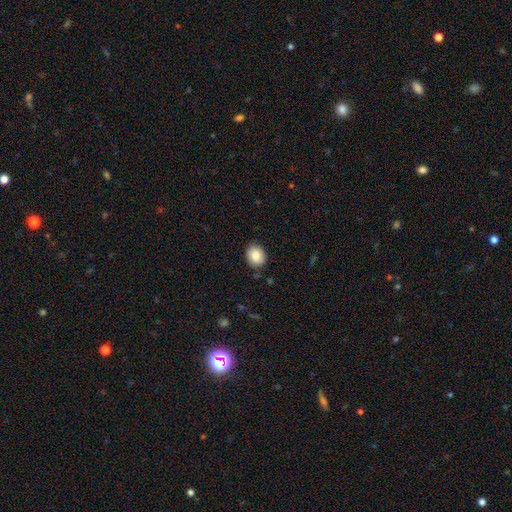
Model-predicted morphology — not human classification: Smooth or featured: smooth — 86% (star or artifact — 8%)
How rounded: round — 58% (in between — 42%)
Merging: none — 87% (minor disturbance — 10%)